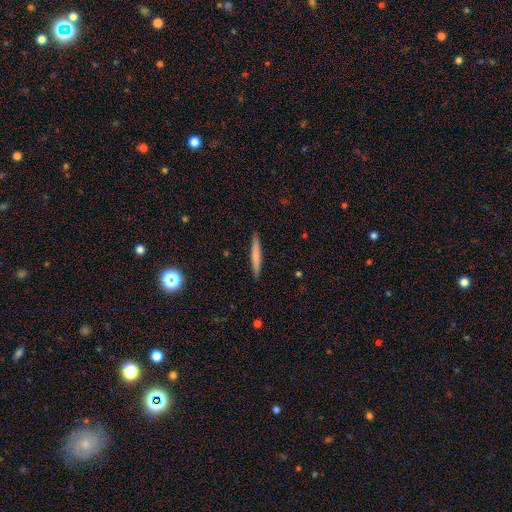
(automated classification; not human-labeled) Smooth or featured?
  - smooth: 67% *
  - featured or disk: 27%
  - star or artifact: 6%
How rounded?
  - cigar-shaped: 96% *
  - in between: 3%
  - round: 1%
Merging?
  - none: 91% *
  - minor disturbance: 6%
  - major disturbance: 1%
  - merger: 1%